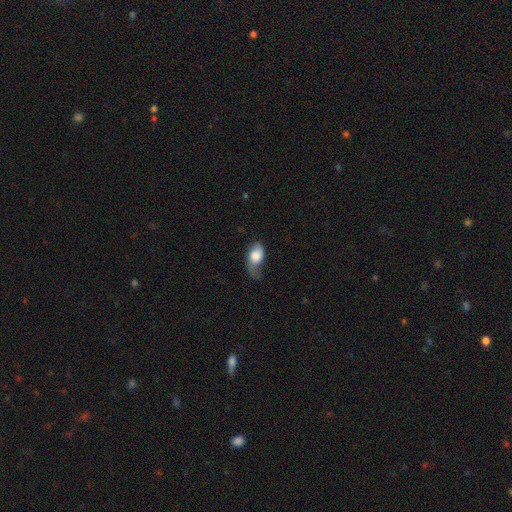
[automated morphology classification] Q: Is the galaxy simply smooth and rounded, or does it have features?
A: smooth — 71%.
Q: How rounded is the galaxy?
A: in between — 86%.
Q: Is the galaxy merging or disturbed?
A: minor disturbance — 36%.